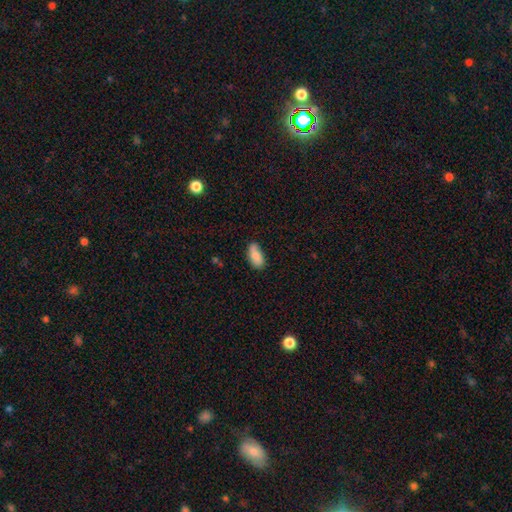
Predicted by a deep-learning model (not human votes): smooth-or-featured: smooth: 85% | featured or disk: 8% | star or artifact: 7%
  how-rounded: in between: 90% | cigar-shaped: 7% | round: 2%
  merging: none: 68% | minor disturbance: 25% | major disturbance: 5% | merger: 2%